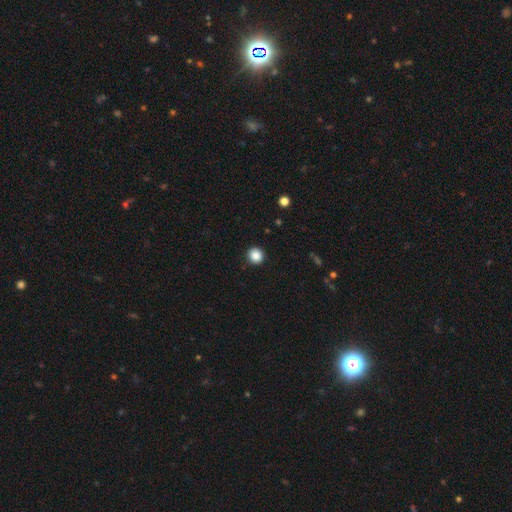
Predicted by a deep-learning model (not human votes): Smooth or featured: smooth — 87% (star or artifact — 10%)
How rounded: round — 92% (in between — 7%)
Merging: none — 92% (minor disturbance — 5%)